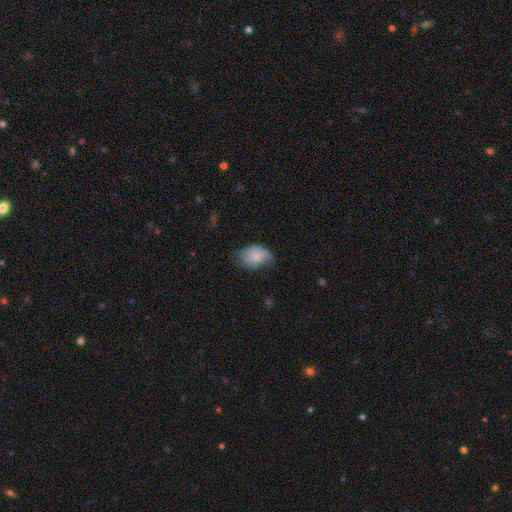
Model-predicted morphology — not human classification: Smooth or featured: featured or disk — 48% (smooth — 45%)
Merging: none — 50% (minor disturbance — 32%)